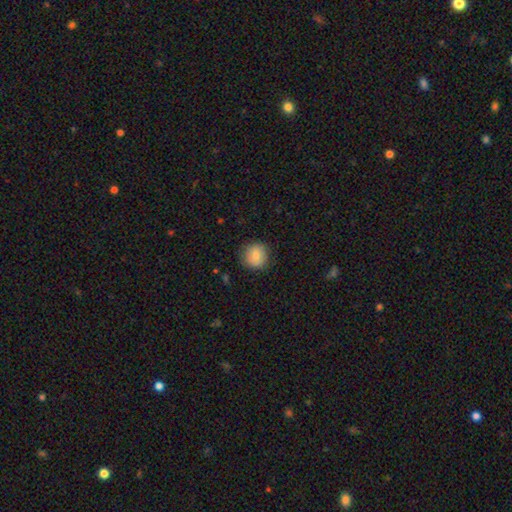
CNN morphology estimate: Smooth or featured: smooth — 78% (featured or disk — 14%)
How rounded: round — 89% (in between — 10%)
Merging: none — 83% (minor disturbance — 13%)